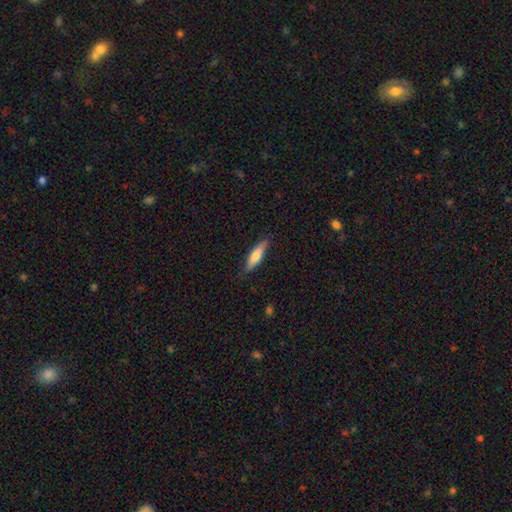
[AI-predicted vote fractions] This appears to be a smooth galaxy with no disk features (68%) that is cigar-shaped (68%). Merging: none (83%).